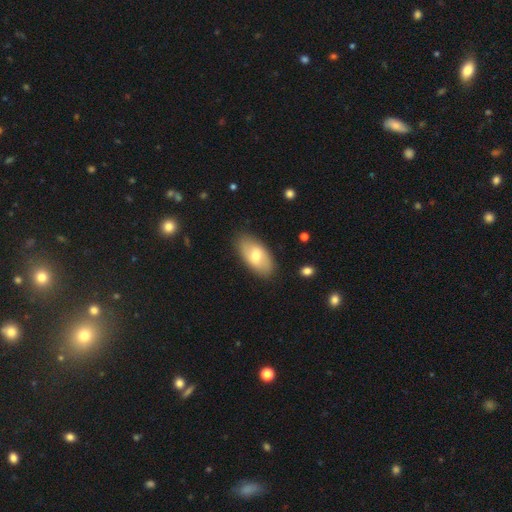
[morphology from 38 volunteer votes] Q: Smooth or featured?
A: smooth (68%); runner-up: featured or disk (32%)
Q: How rounded?
A: in between (92%); runner-up: cigar-shaped (8%)
Q: Merging?
A: none (79%); runner-up: minor disturbance (18%)